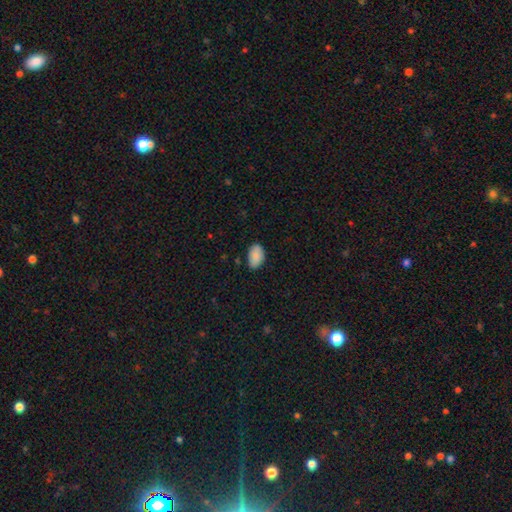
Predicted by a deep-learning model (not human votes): Morphology: type=smooth (86%); roundness=in between (91%); merging=none (76%).